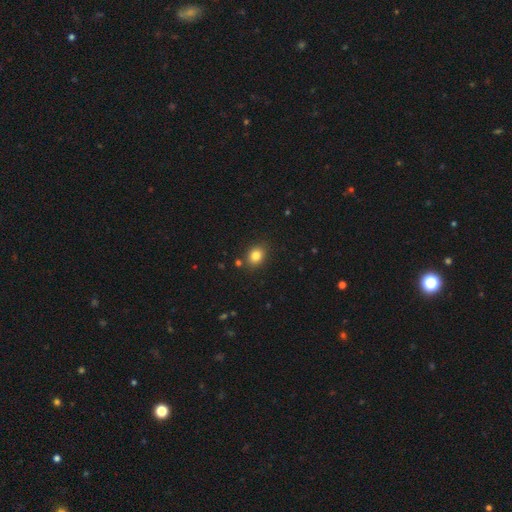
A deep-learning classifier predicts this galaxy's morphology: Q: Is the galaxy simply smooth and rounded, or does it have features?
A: smooth — 82%.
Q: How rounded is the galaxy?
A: in between — 52%.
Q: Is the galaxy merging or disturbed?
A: none — 84%.